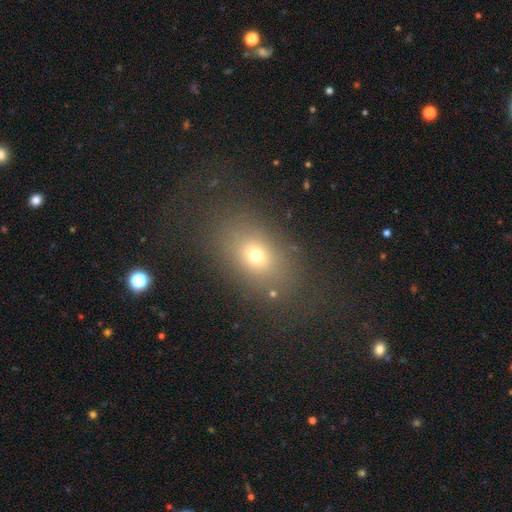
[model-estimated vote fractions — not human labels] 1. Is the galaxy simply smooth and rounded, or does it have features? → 68% smooth, 18% star or artifact, 14% featured or disk.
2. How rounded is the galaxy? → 68% in between, 30% round, 2% cigar-shaped.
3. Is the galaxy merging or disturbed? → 76% none, 12% minor disturbance, 10% major disturbance, 2% merger.